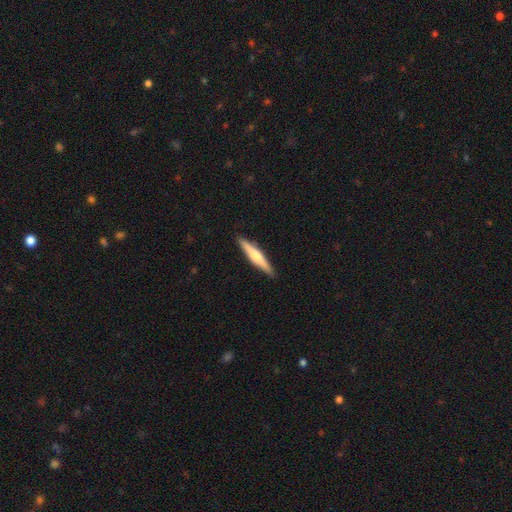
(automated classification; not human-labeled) A featured or disk galaxy (51%) viewed edge-on (97%).

Vote fractions:
- Smooth or featured? featured or disk: 51% / smooth: 44% / star or artifact: 5%
- Edge-on disk? yes: 97% / no: 3%
- Merging? none: 91% / minor disturbance: 7% / major disturbance: 1% / merger: 1%